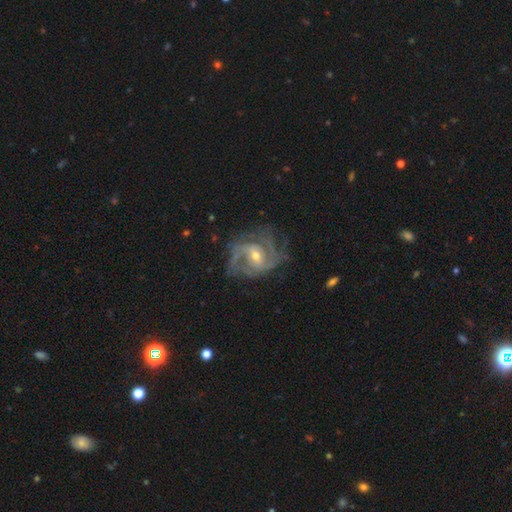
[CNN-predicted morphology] Smooth or featured: featured or disk — 88% (star or artifact — 6%)
Edge-on disk: no — 97% (yes — 3%)
Bar: weak — 45% (no — 39%)
Spiral arms: yes — 95% (no — 5%)
Spiral winding: medium — 48% (tight — 34%)
Spiral arm count: 2 — 40% (3 — 23%)
Bulge size: moderate — 49% (small — 48%)
Merging: none — 63% (minor disturbance — 20%)